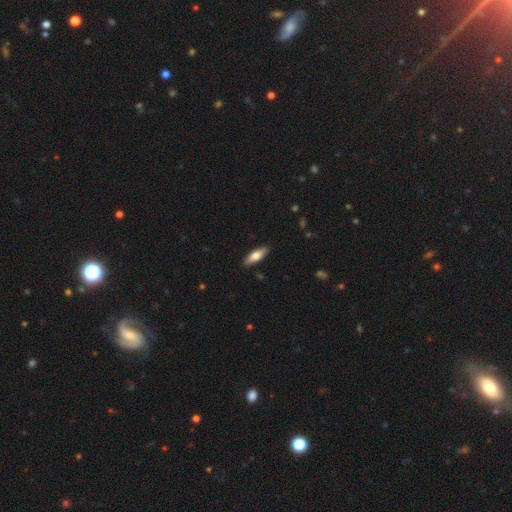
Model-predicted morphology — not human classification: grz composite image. It shows a smooth galaxy with no disk features (65%) that is cigar-shaped (50%). Merging: none (89%).